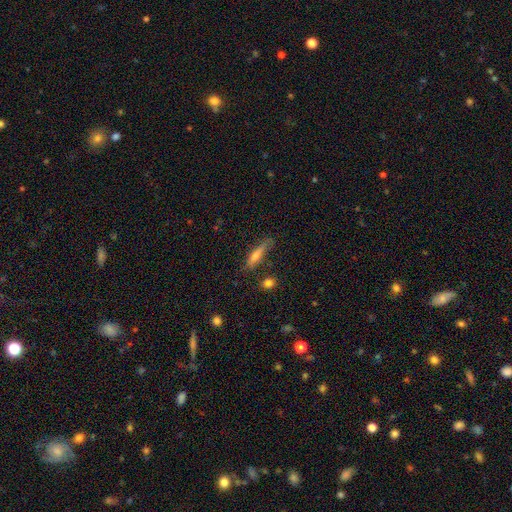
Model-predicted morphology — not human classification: This appears to be a smooth galaxy with no disk features (57%) that is cigar-shaped (81%). Merging: none (68%).